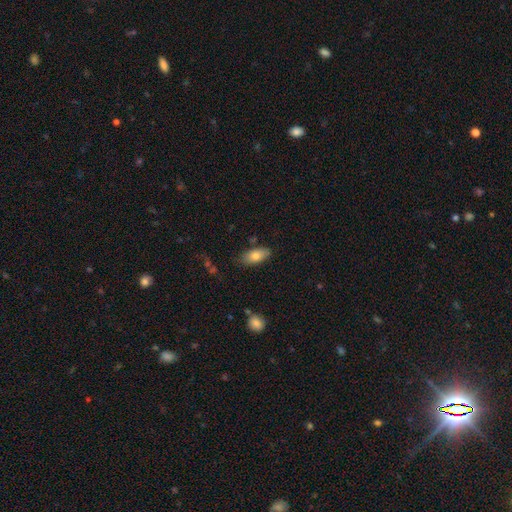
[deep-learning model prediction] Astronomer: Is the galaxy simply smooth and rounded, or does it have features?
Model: smooth — 80%.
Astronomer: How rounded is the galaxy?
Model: in between — 89%.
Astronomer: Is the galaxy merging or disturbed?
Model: none — 80%.